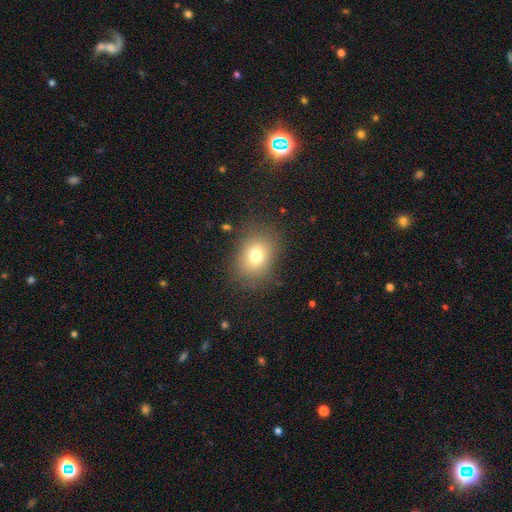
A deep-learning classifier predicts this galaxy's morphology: Q: Smooth or featured?
A: smooth (75%); runner-up: star or artifact (13%)
Q: How rounded?
A: in between (59%); runner-up: round (40%)
Q: Merging?
A: none (80%); runner-up: minor disturbance (13%)